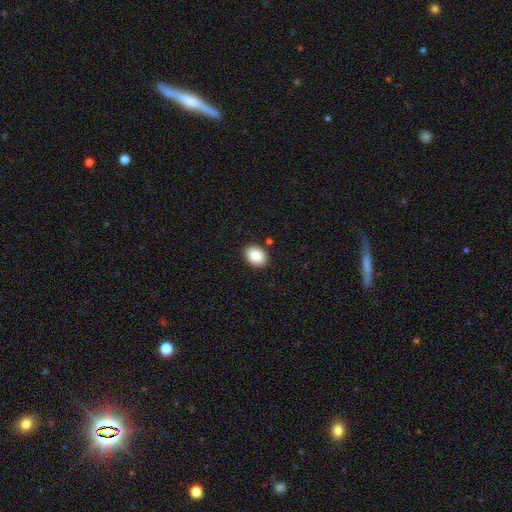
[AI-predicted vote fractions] Overall: smooth (88%). How rounded: in between (70%). Merging: none (88%).